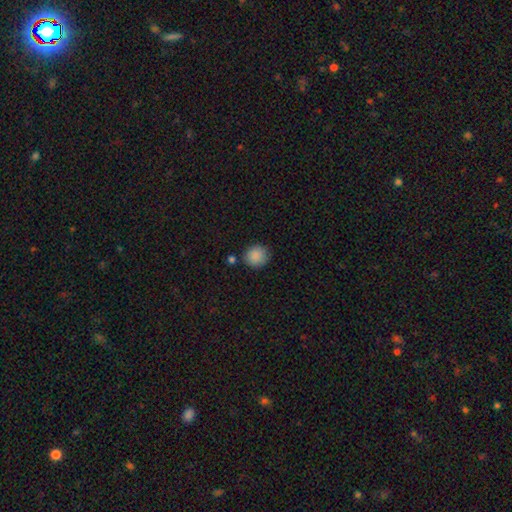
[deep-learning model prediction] A smooth galaxy with no disk features (88%) that is round (85%). Merging: none (78%).